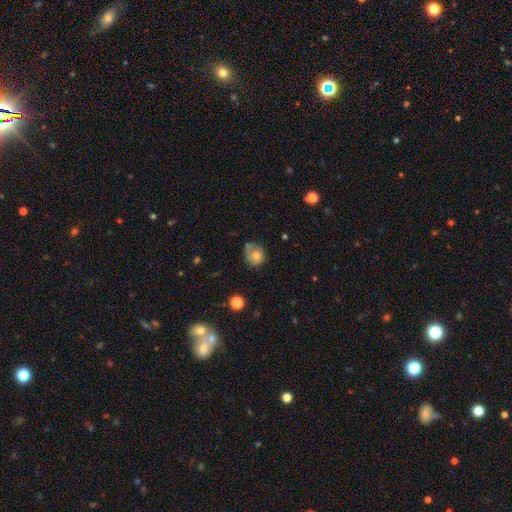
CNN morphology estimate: This is likely a smooth galaxy (61%). How rounded: likely round (62%). Merging: possibly none (49%).